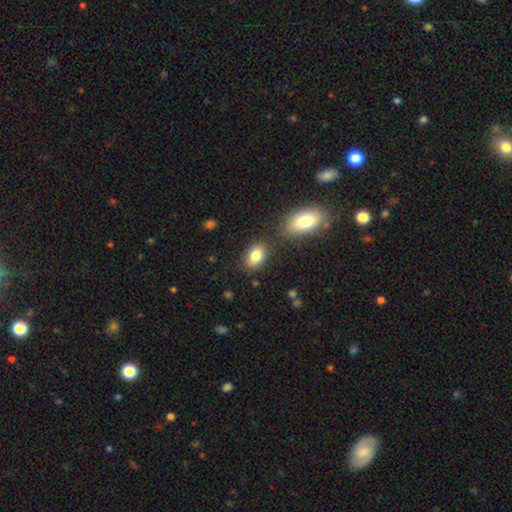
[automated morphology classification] smooth-or-featured: smooth: 83% | featured or disk: 9% | star or artifact: 8%
  how-rounded: in between: 85% | round: 14% | cigar-shaped: 1%
  merging: none: 77% | minor disturbance: 12% | merger: 8% | major disturbance: 3%